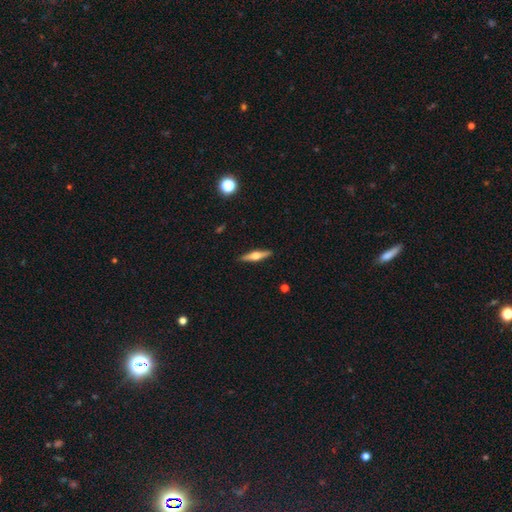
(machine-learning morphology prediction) A featured or disk galaxy (62%) viewed edge-on (96%) with a rounded central bulge (92%). Merging: none (90%).